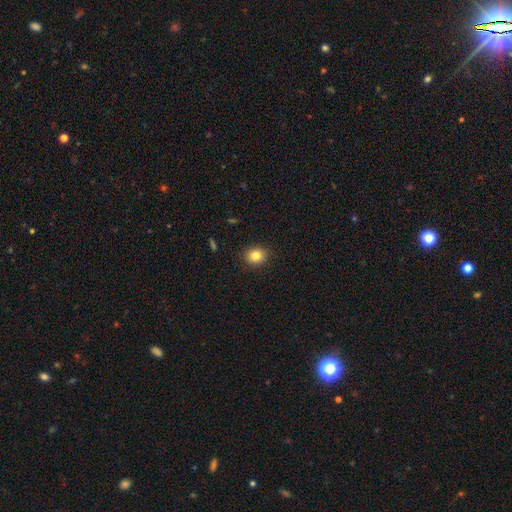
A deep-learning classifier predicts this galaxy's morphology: Overall: smooth (83%). How rounded: round (74%). Merging: none (90%).